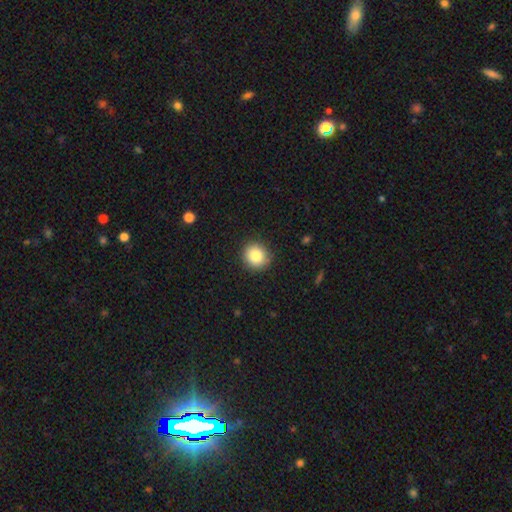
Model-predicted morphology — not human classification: This is clearly a smooth galaxy (84%). How rounded: clearly round (88%). Merging: clearly none (89%).